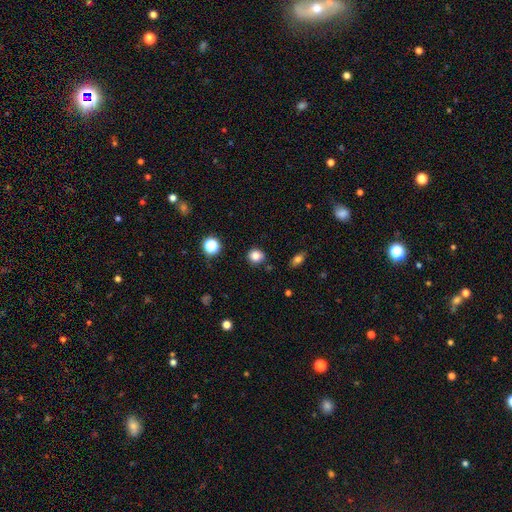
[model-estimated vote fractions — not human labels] Smooth or featured? smooth (82%)
How rounded? round (81%)
Merging? none (85%)